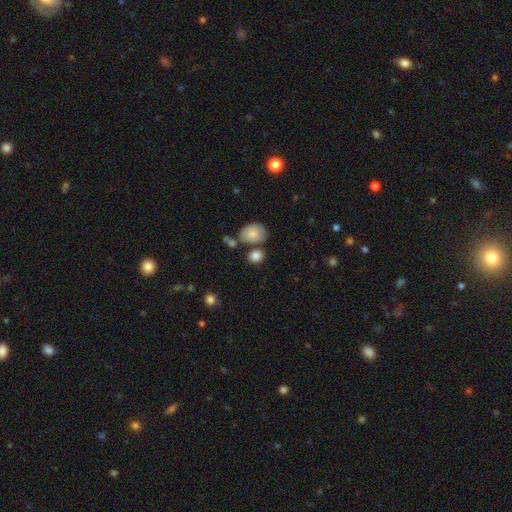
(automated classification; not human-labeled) smooth-or-featured: smooth: 84% | star or artifact: 9% | featured or disk: 7%
  how-rounded: round: 59% | in between: 40% | cigar-shaped: 1%
  merging: none: 66% | merger: 16% | minor disturbance: 14% | major disturbance: 4%